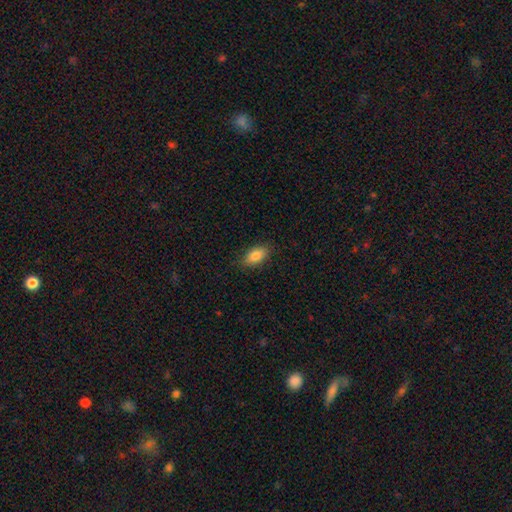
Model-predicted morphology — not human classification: Smooth or featured?
  - smooth: 83% *
  - featured or disk: 9%
  - star or artifact: 8%
How rounded?
  - in between: 89% *
  - cigar-shaped: 6%
  - round: 5%
Merging?
  - none: 85% *
  - minor disturbance: 11%
  - major disturbance: 2%
  - merger: 1%